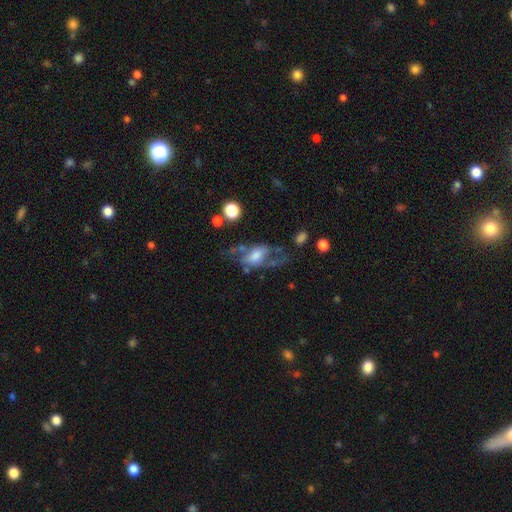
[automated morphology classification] Smooth or featured? Predicted: featured or disk (p=0.51). Edge-on disk? Predicted: no (p=0.91). Merging? Predicted: major disturbance (p=0.39).